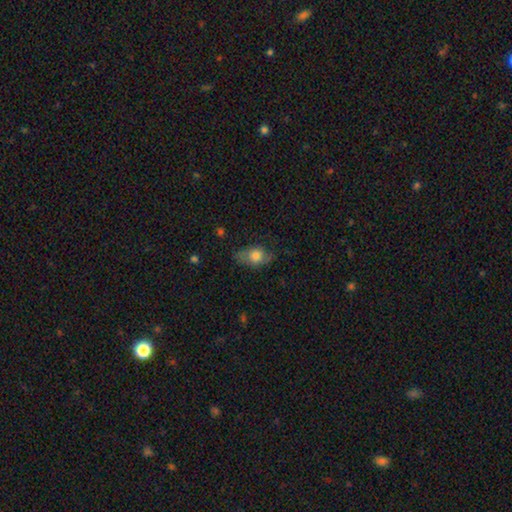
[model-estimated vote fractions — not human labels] Smooth or featured: smooth — 71% (featured or disk — 20%)
How rounded: in between — 77% (round — 19%)
Merging: none — 59% (minor disturbance — 28%)